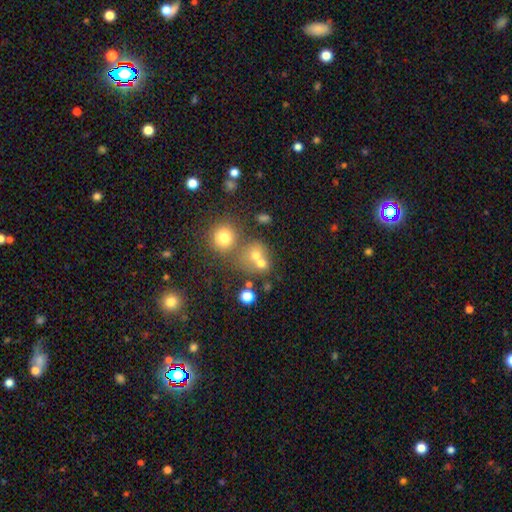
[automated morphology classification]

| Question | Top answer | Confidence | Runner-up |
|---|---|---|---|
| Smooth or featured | smooth | 66% | star or artifact (18%) |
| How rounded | round | 79% | in between (20%) |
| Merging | none | 43% | tied: merger (43%) |